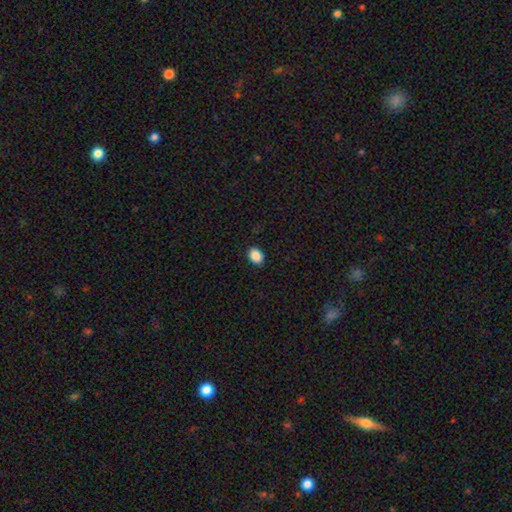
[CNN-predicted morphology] Smooth or featured: smooth — 89% (star or artifact — 8%)
How rounded: in between — 69% (round — 30%)
Merging: none — 89% (minor disturbance — 8%)